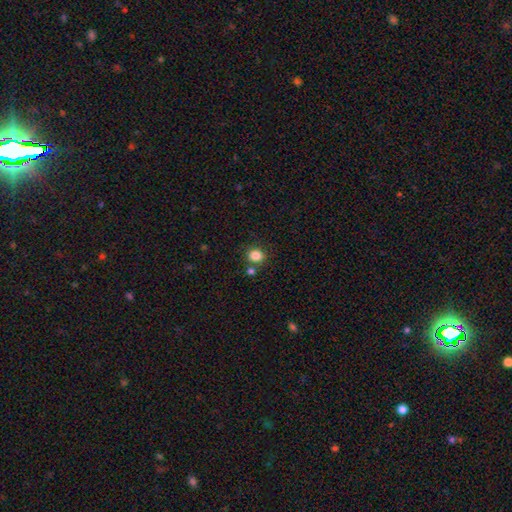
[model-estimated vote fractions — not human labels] smooth 84%, star or artifact 11%, featured or disk 4%. Down the decision tree: how rounded — round (75%); merging — none (75%).